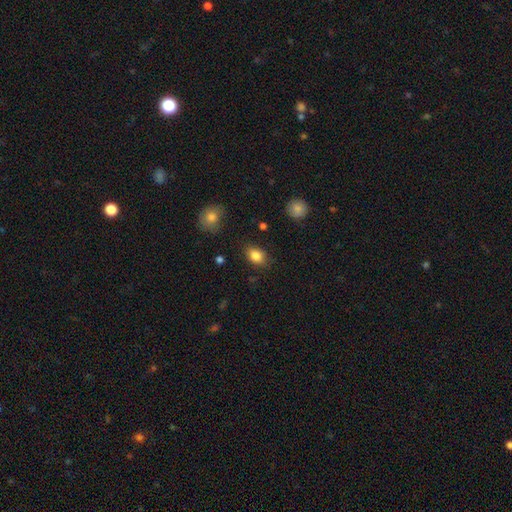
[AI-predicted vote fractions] Smooth or featured? Predicted: smooth (p=0.85). How rounded? Predicted: in between (p=0.73). Merging? Predicted: none (p=0.80).